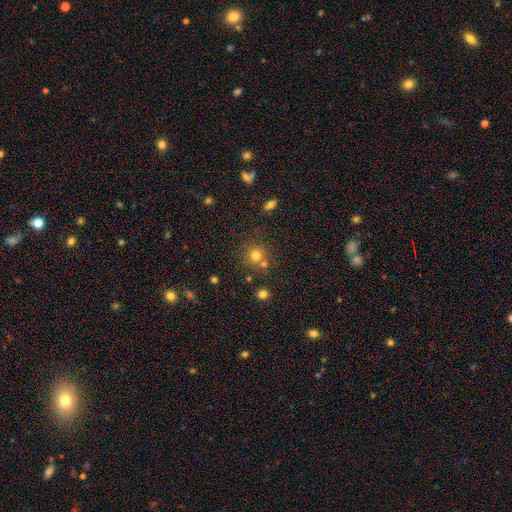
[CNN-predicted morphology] type=smooth (74%); roundness=round (91%); merging=none (67%).